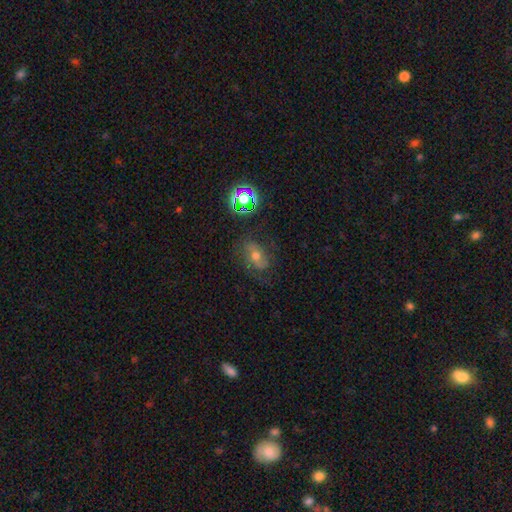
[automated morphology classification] Smooth or featured? featured or disk (50%)
Merging? none (67%)